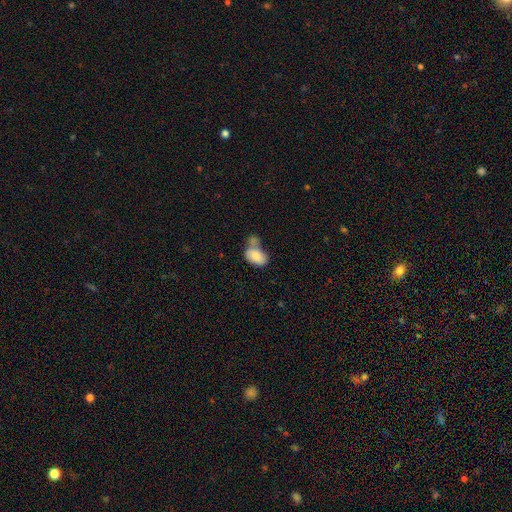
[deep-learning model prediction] Smooth or featured: smooth — 82% (featured or disk — 12%)
How rounded: in between — 90% (round — 9%)
Merging: merger — 49% (none — 26%)